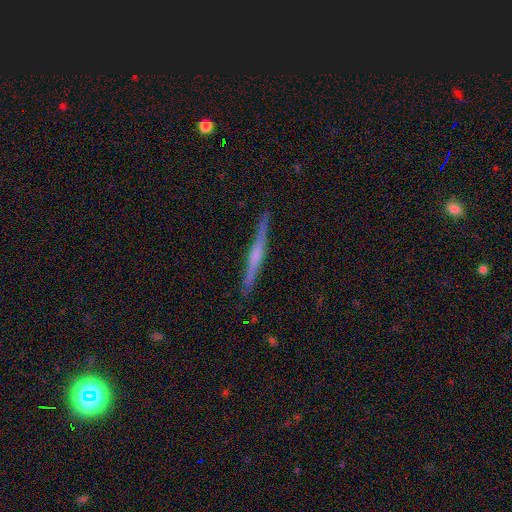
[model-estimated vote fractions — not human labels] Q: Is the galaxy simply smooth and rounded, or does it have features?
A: featured or disk — 68%.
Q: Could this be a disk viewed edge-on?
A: yes — 98%.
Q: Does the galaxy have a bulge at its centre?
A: rounded — 46%.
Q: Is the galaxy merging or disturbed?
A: none — 90%.